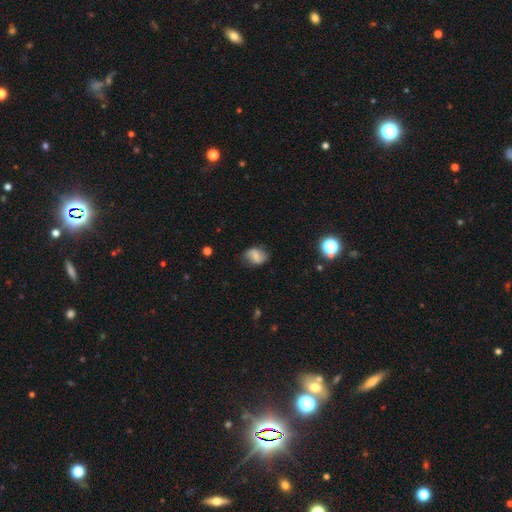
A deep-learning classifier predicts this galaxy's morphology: Smooth or featured?
  - smooth: 61% *
  - featured or disk: 28%
  - star or artifact: 10%
How rounded?
  - in between: 64% *
  - round: 34%
  - cigar-shaped: 2%
Merging?
  - none: 70% *
  - minor disturbance: 22%
  - major disturbance: 6%
  - merger: 2%